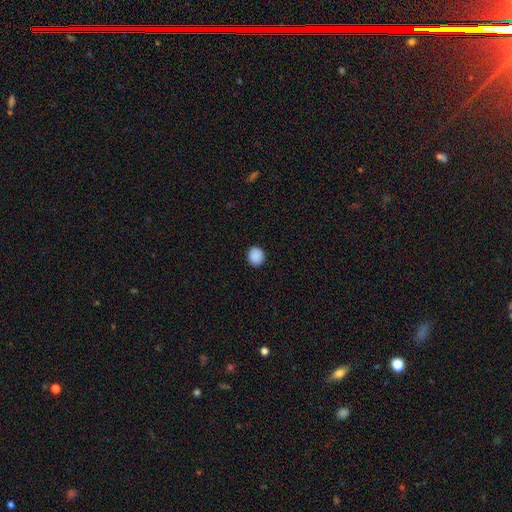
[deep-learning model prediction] The model was most divided on "how rounded": round: 80%, in between: 19%, cigar-shaped: 1%. More confident: merging — none (91%); smooth or featured — smooth (90%).